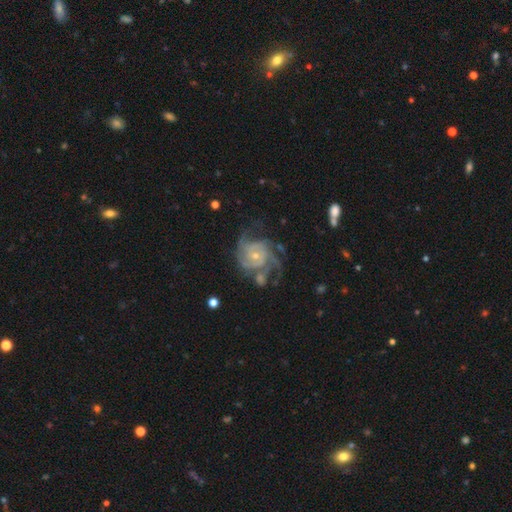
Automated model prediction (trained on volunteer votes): Morphology: type=featured or disk (88%); edge-on=no (98%); bar=no (71%); spiral arms=yes (96%); winding=tight (51%); arm count=3 (34%); bulge=small (66%); merging=none (50%).